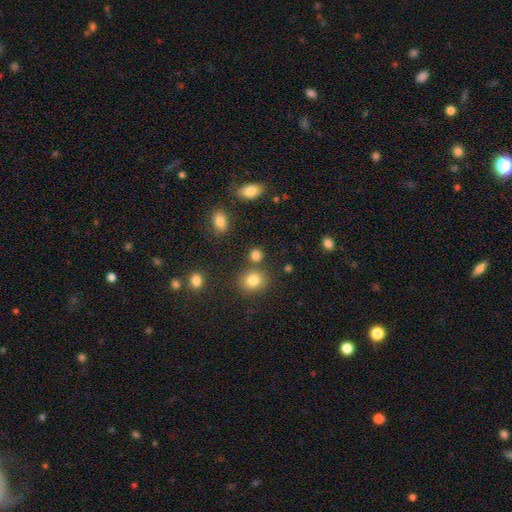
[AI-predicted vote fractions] Morphology: type=smooth (81%); roundness=round (77%); merging=none (74%).